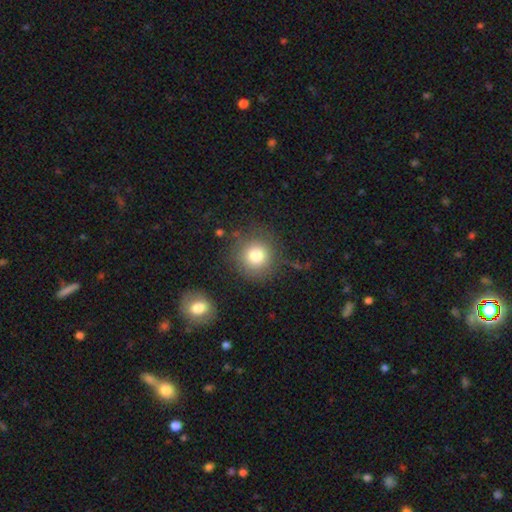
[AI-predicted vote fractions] smooth 80%, star or artifact 11%, featured or disk 9%. Down the decision tree: how rounded — round (92%); merging — none (81%).